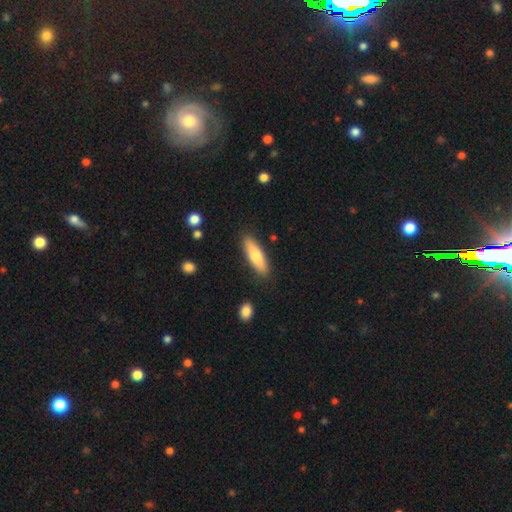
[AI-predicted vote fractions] Smooth or featured?
  - smooth: 73% *
  - featured or disk: 21%
  - star or artifact: 6%
How rounded?
  - cigar-shaped: 61% *
  - in between: 37%
  - round: 2%
Merging?
  - none: 87% *
  - minor disturbance: 10%
  - major disturbance: 2%
  - merger: 2%